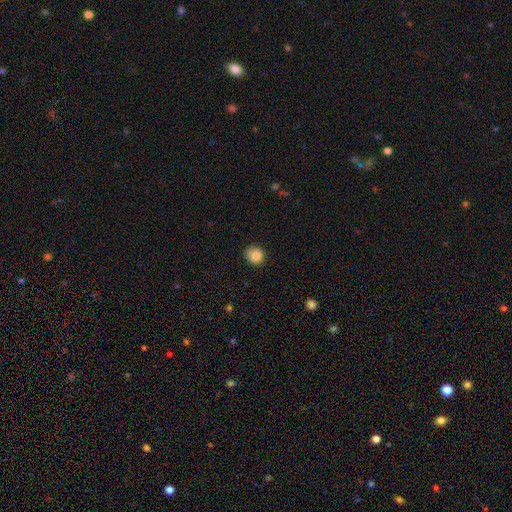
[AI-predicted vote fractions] This is clearly a smooth galaxy (85%). How rounded: clearly round (84%). Merging: likely none (79%).